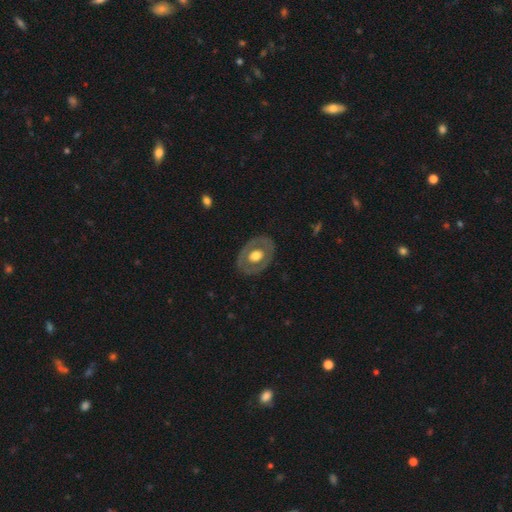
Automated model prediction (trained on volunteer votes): Smooth or featured: featured or disk — 53% (smooth — 42%)
Edge-on disk: no — 92% (yes — 8%)
Merging: none — 81% (minor disturbance — 13%)